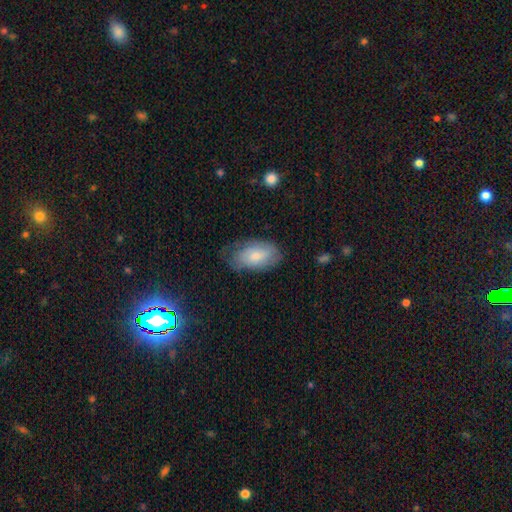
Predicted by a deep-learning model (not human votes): A smooth galaxy with no disk features (71%) that is in between round and cigar-shaped (93%). Merging: none (59%).